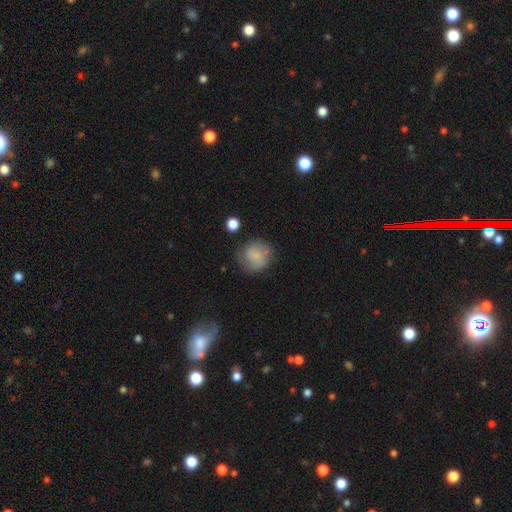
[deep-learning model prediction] A smooth galaxy with no disk features (72%) that is round (85%). Merging: none (67%).